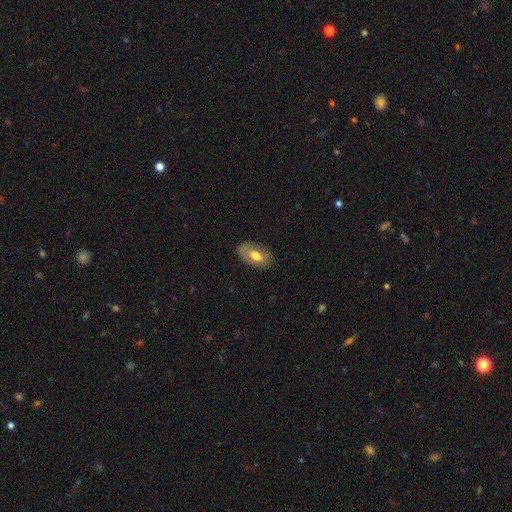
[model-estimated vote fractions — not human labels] smooth_or_featured: smooth (p=0.60) [alt: featured or disk p=0.34]
how_rounded: in between (p=0.91) [alt: round p=0.06]
merging: none (p=0.80) [alt: minor disturbance p=0.15]